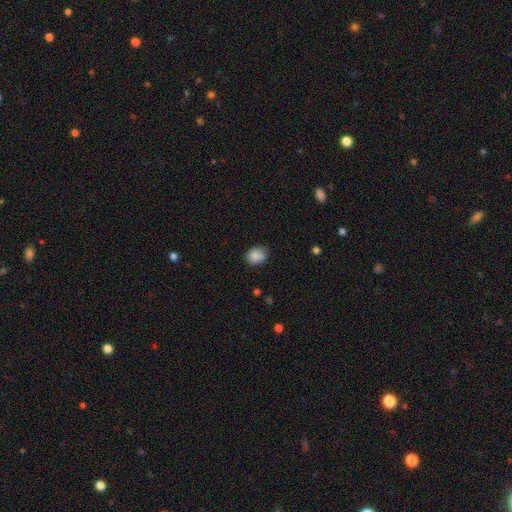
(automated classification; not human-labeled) Q: Smooth or featured?
A: smooth (86%); runner-up: star or artifact (9%)
Q: How rounded?
A: round (53%); runner-up: in between (46%)
Q: Merging?
A: none (68%); runner-up: minor disturbance (25%)